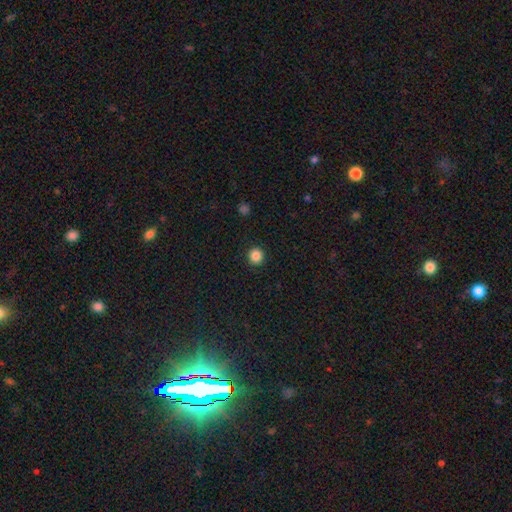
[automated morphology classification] The model was most divided on "smooth or featured": smooth: 86%, star or artifact: 11%, featured or disk: 4%. More confident: how rounded — round (93%); merging — none (93%).